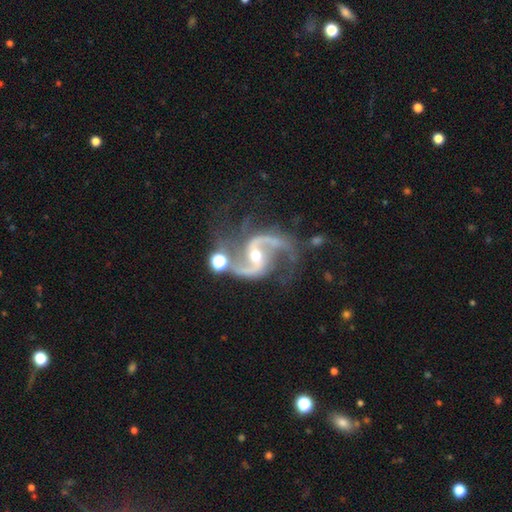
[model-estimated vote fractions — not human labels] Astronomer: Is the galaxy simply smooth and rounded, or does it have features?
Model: featured or disk — 93%.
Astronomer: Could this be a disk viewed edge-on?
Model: no — 98%.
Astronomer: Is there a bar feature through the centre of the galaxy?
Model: weak — 37% (runner-up: strong, 32%).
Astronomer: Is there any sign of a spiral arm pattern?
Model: yes — 98%.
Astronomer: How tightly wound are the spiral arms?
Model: loose — 49% (runner-up: medium, 44%).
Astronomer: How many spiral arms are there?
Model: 2 — 94%.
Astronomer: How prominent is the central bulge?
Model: moderate — 55% (runner-up: small, 41%).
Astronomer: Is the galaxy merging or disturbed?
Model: none — 62%.